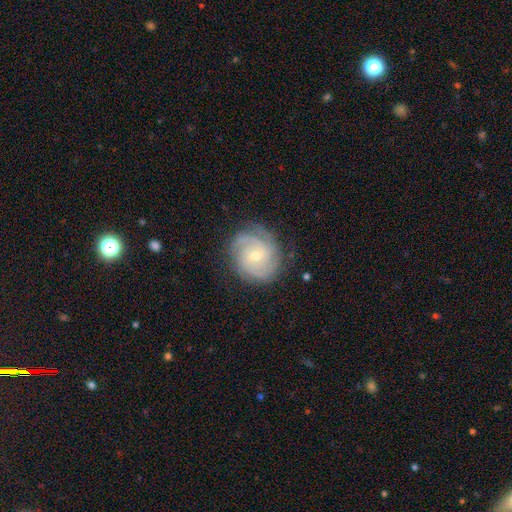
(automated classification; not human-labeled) Smooth or featured?
  - featured or disk: 83% *
  - smooth: 12%
  - star or artifact: 6%
Edge-on disk?
  - no: 98% *
  - yes: 2%
Bar?
  - no: 57% *
  - weak: 37%
  - strong: 6%
Spiral arms?
  - yes: 96% *
  - no: 4%
Spiral winding?
  - tight: 68% *
  - medium: 27%
  - loose: 5%
Spiral arm count?
  - 3: 30% *
  - can't tell: 25%
  - 2: 23%
  - 4: 11%
  - 1: 5%
  - more than 4: 5%
Bulge size?
  - small: 60% *
  - moderate: 37%
  - large: 1%
  - none: 1%
  - dominant: 1%
Merging?
  - none: 79% *
  - minor disturbance: 15%
  - major disturbance: 5%
  - merger: 1%